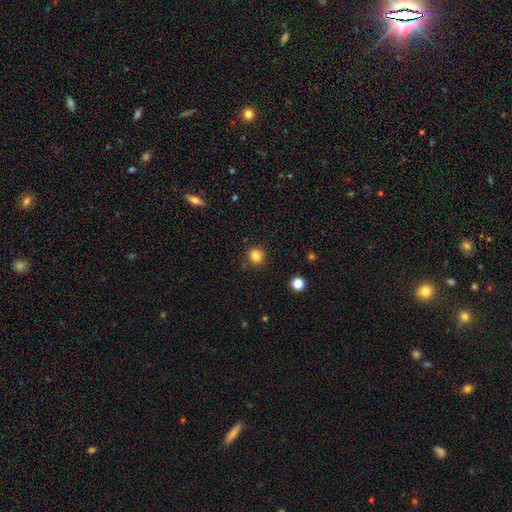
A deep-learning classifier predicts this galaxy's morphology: smooth-or-featured: smooth: 84% | star or artifact: 12% | featured or disk: 4%
  how-rounded: round: 89% | in between: 10% | cigar-shaped: 1%
  merging: none: 86% | minor disturbance: 9% | merger: 3% | major disturbance: 2%